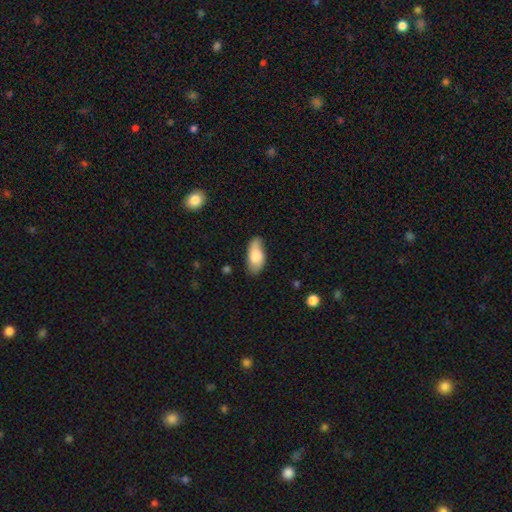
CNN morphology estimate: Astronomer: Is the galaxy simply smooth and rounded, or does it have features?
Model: smooth — 76%.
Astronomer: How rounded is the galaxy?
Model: in between — 90%.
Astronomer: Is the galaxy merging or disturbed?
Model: none — 68%.